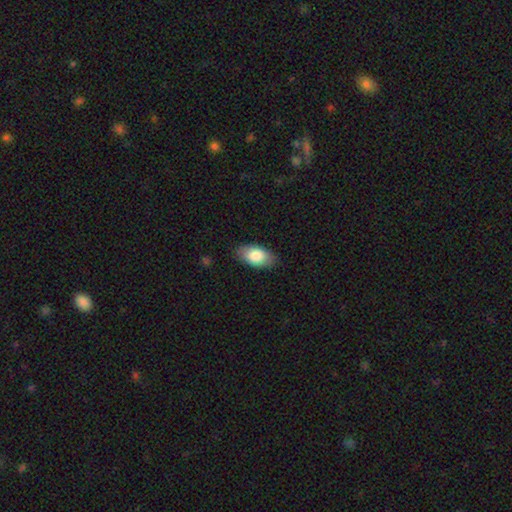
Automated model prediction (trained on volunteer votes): smooth_or_featured: smooth (p=0.83) [alt: featured or disk p=0.11]
how_rounded: in between (p=0.93) [alt: round p=0.04]
merging: none (p=0.83) [alt: minor disturbance p=0.14]